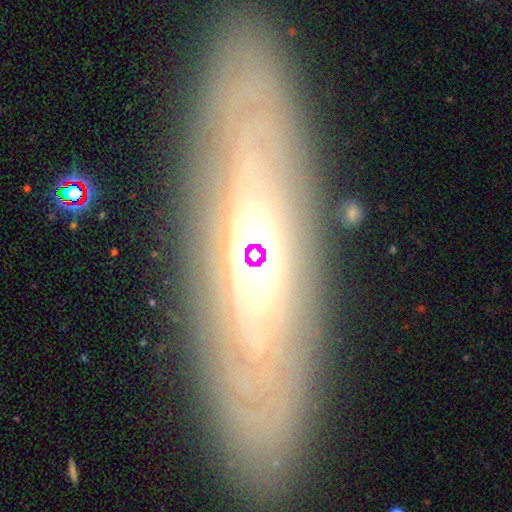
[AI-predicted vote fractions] featured or disk 73%, smooth 16%, star or artifact 11%. Down the decision tree: edge-on disk — no (54%); merging — none (82%).